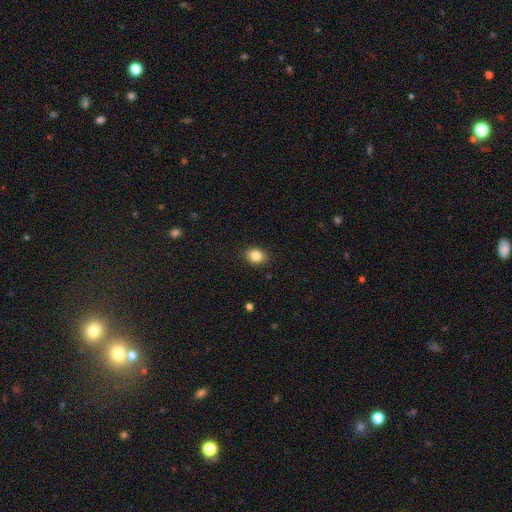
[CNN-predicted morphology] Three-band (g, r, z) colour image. It shows a smooth galaxy with no disk features (84%) that is in between round and cigar-shaped (58%). Merging: none (89%).